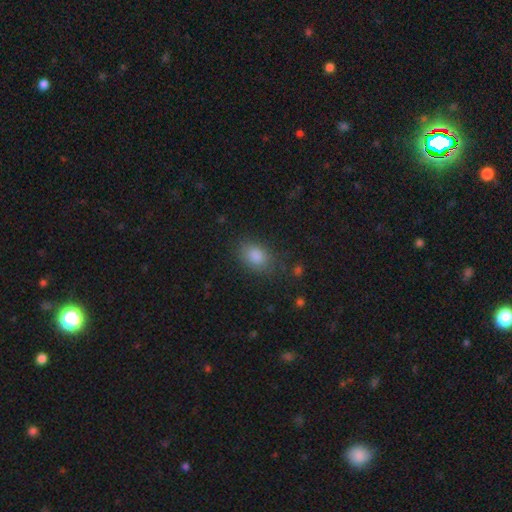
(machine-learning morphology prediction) This is clearly a smooth galaxy (84%). How rounded: likely in between (79%). Merging: clearly none (82%).